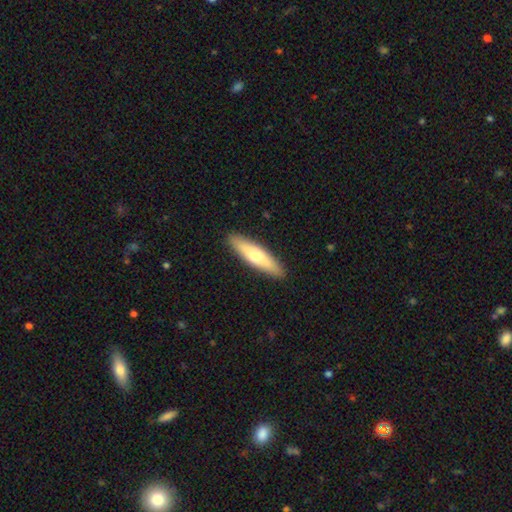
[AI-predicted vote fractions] smooth 59%, featured or disk 36%, star or artifact 5%. Down the decision tree: how rounded — cigar-shaped (73%); merging — none (91%).